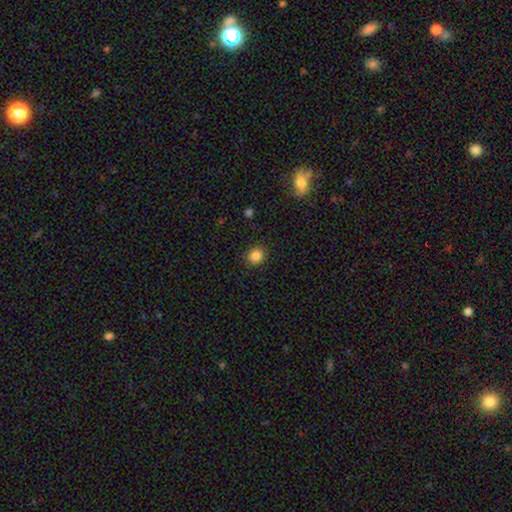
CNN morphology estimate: smooth 85%, star or artifact 11%, featured or disk 4%. Down the decision tree: how rounded — round (80%); merging — none (90%).